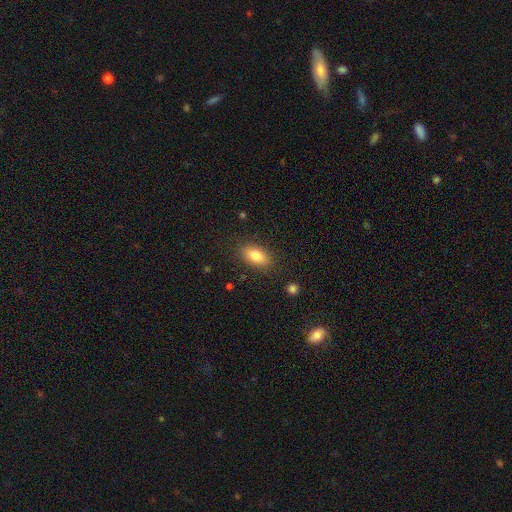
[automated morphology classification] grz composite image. It shows a smooth galaxy with no disk features (80%) that is in between round and cigar-shaped (87%). Merging: none (85%).